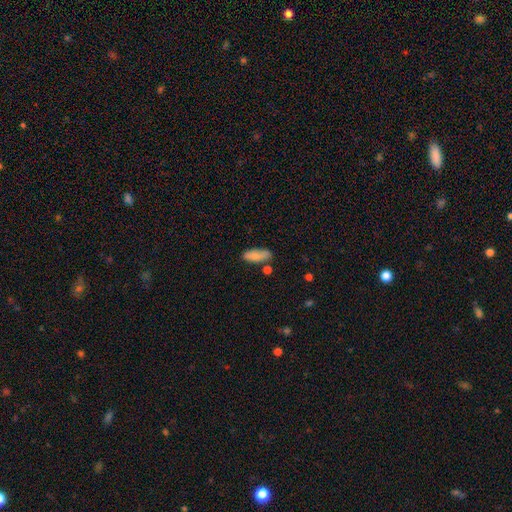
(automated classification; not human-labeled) Smooth or featured? smooth (83%)
How rounded? in between (72%)
Merging? none (69%)